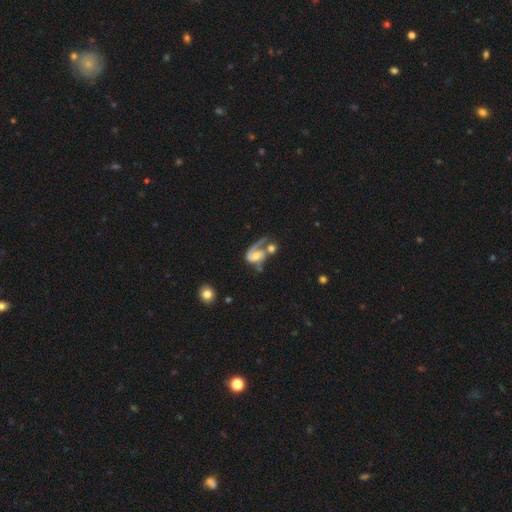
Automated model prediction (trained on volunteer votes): The model was most divided on "spiral winding": loose: 42%, medium: 39%, tight: 19%. Remaining: edge-on disk — no (97%); spiral arms — yes (87%); smooth or featured — featured or disk (75%); spiral arm count — 1 (54%); bulge size — moderate (54%); bar — no (53%); merging — merger (43%).